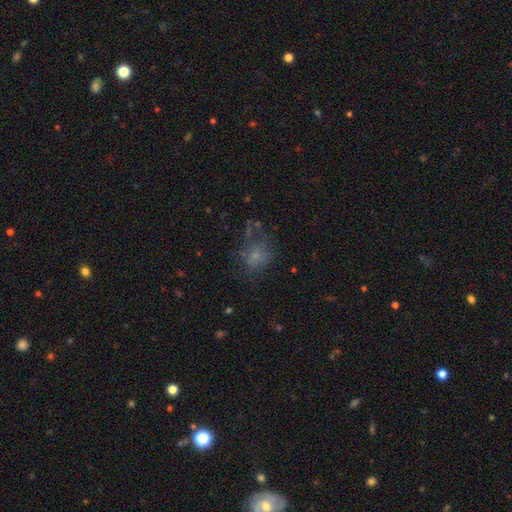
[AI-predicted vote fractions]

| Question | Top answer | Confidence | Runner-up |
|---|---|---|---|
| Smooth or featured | smooth | 57% | featured or disk (25%) |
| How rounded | round | 54% | in between (45%) |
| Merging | none | 45% | major disturbance (27%) |